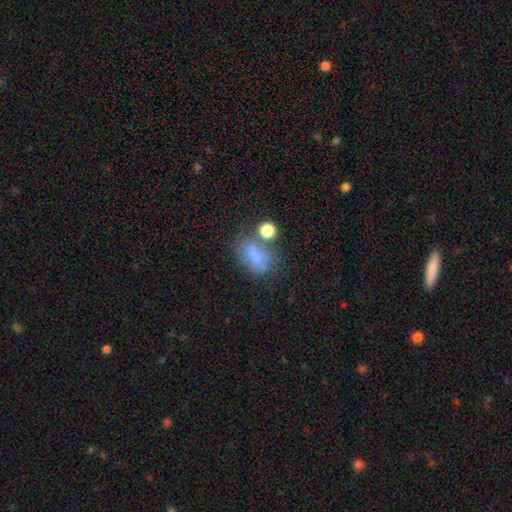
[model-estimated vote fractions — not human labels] A smooth galaxy with no disk features (66%) that is in between round and cigar-shaped (73%).

Vote fractions:
- Smooth or featured? smooth: 66% / featured or disk: 19% / star or artifact: 15%
- How rounded? in between: 73% / round: 24% / cigar-shaped: 3%
- Merging? none: 38% / merger: 23% / minor disturbance: 21% / major disturbance: 18%